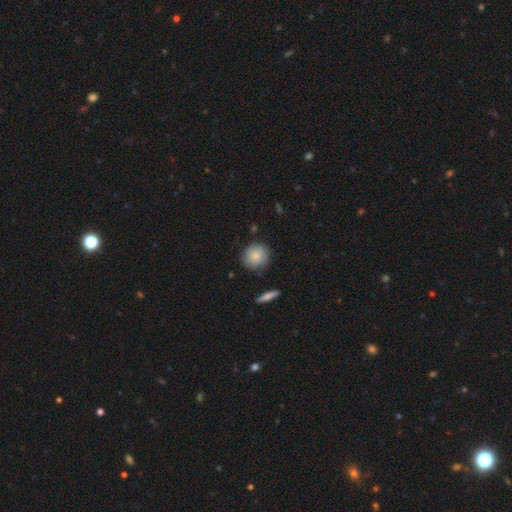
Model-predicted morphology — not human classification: Smooth or featured: smooth — 81% (featured or disk — 12%)
How rounded: round — 90% (in between — 9%)
Merging: none — 82% (minor disturbance — 14%)